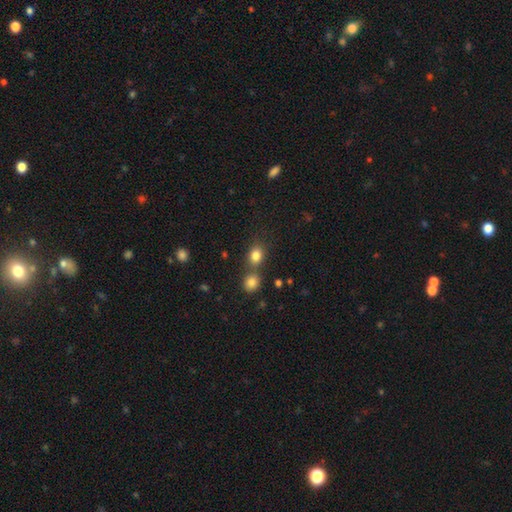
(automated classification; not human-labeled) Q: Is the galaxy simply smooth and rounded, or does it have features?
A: smooth — 82%.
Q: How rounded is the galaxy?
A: in between — 51%.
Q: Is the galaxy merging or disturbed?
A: none — 57%.